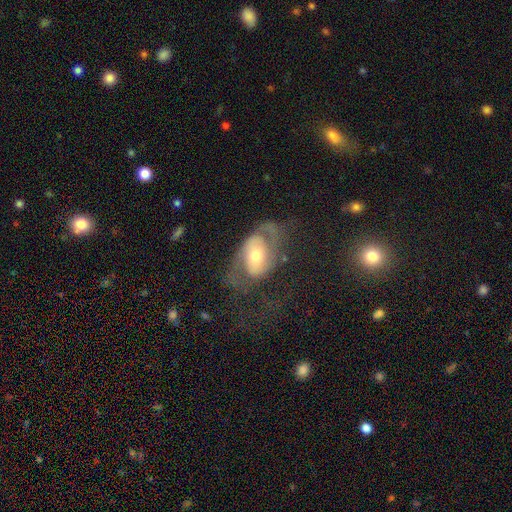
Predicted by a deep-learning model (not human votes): featured or disk 70%, smooth 23%, star or artifact 7%. Down the decision tree: edge-on disk — no (95%); bar — no (55%); spiral arms — yes (84%); spiral arm count — 2 (70%); spiral winding — medium (44%); bulge size — moderate (67%); merging — none (43%).